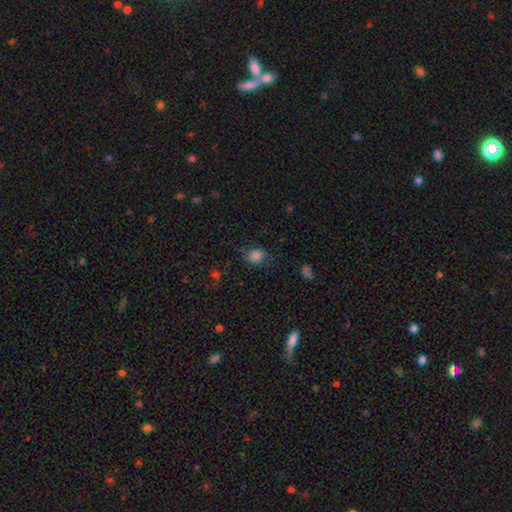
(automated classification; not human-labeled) Morphology: type=smooth (80%); roundness=round (54%); merging=none (63%).